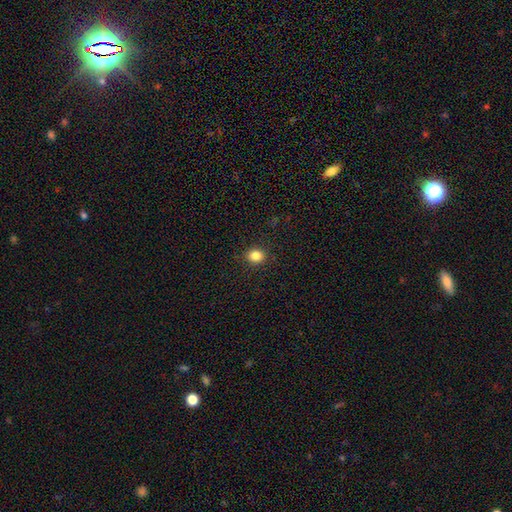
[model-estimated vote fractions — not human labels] smooth-or-featured: smooth: 84% | star or artifact: 11% | featured or disk: 5%
  how-rounded: round: 68% | in between: 31% | cigar-shaped: 1%
  merging: none: 90% | minor disturbance: 7% | major disturbance: 2% | merger: 1%